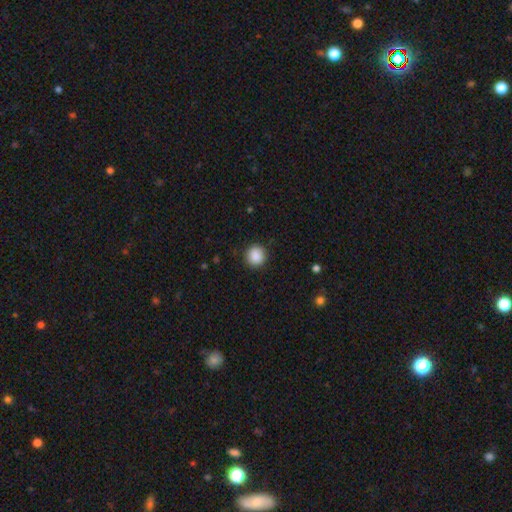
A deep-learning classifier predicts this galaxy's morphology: Smooth or featured? smooth (88%)
How rounded? round (89%)
Merging? none (89%)